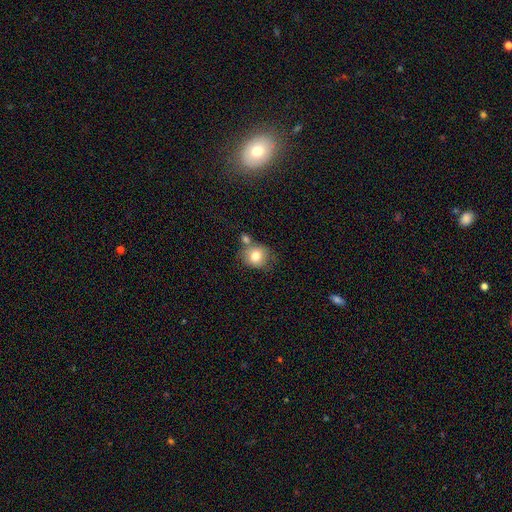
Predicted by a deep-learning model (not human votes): This appears to be a smooth galaxy with no disk features (77%) that is round (75%). Merging: none (53%).